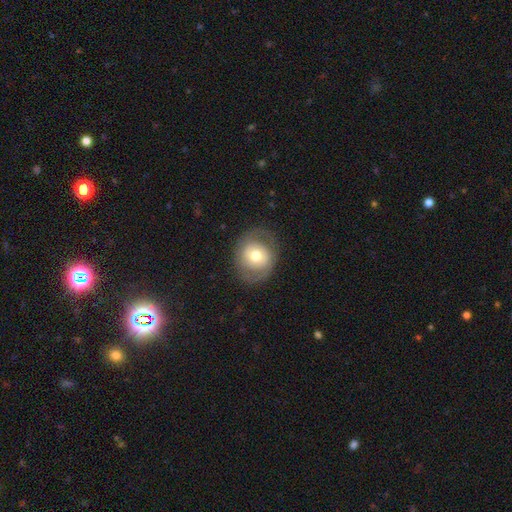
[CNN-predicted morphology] Smooth or featured? Predicted: smooth (p=0.53). How rounded? Predicted: round (p=0.75). Merging? Predicted: none (p=0.77).